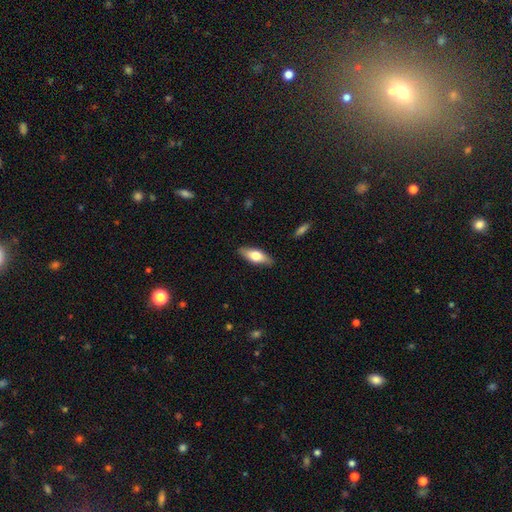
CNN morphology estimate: Overall: smooth (67%; featured or disk 27%). How rounded: in between (69%). Merging: none (87%).